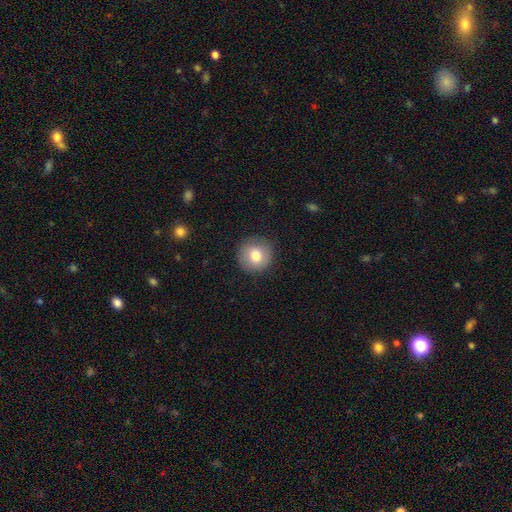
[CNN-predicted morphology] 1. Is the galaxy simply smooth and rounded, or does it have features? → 77% smooth, 14% featured or disk, 8% star or artifact.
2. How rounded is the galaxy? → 93% round, 6% in between, 1% cigar-shaped.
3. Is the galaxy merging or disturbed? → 89% none, 8% minor disturbance, 2% major disturbance, 1% merger.